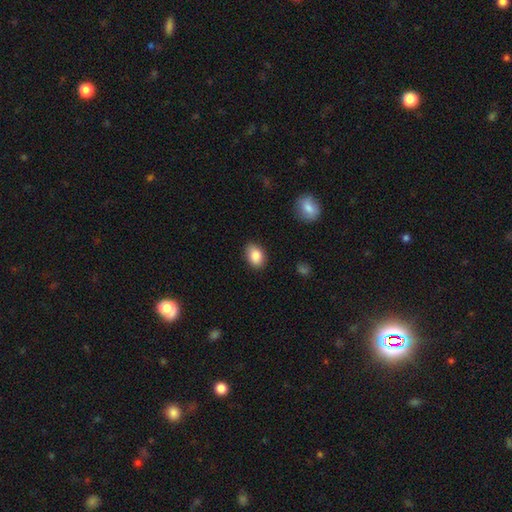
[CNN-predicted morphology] Overall: smooth (86%). How rounded: in between (82%). Merging: none (84%).